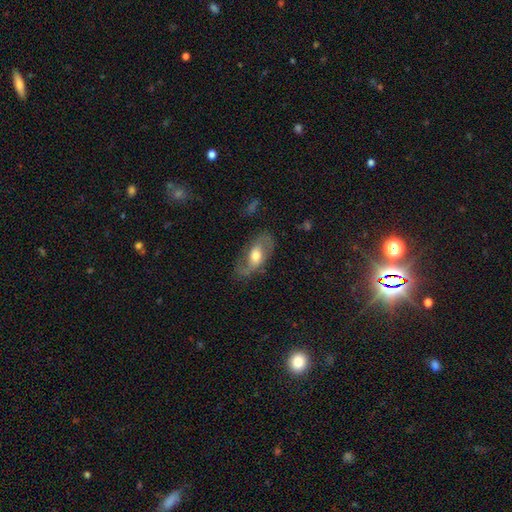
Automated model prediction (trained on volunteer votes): Q: Smooth or featured?
A: featured or disk (63%); runner-up: smooth (31%)
Q: Edge-on disk?
A: no (90%); runner-up: yes (10%)
Q: Bar?
A: no (46%); runner-up: weak (36%)
Q: Spiral arms?
A: yes (77%); runner-up: no (23%)
Q: Bulge size?
A: moderate (65%); runner-up: large (19%)
Q: Merging?
A: none (67%); runner-up: minor disturbance (20%)